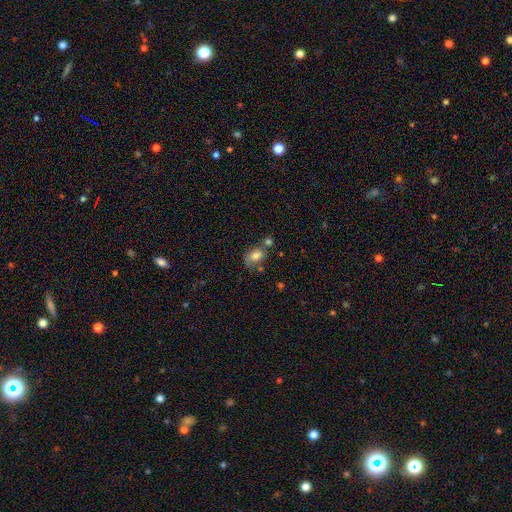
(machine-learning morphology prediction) Q: Smooth or featured?
A: smooth (72%); runner-up: featured or disk (18%)
Q: How rounded?
A: in between (74%); runner-up: round (24%)
Q: Merging?
A: none (39%); runner-up: merger (27%)